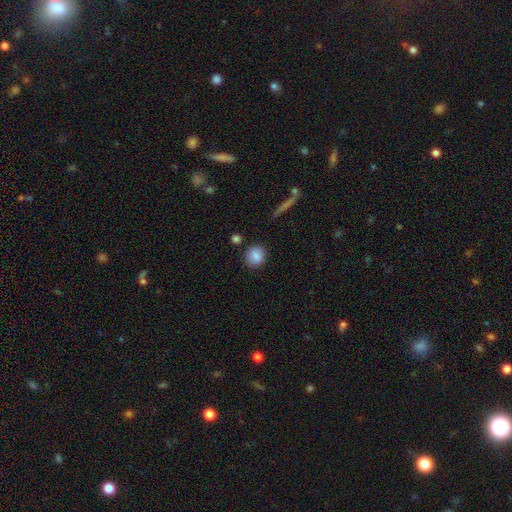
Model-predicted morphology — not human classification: Q: Smooth or featured?
A: smooth (85%); runner-up: star or artifact (8%)
Q: How rounded?
A: round (77%); runner-up: in between (22%)
Q: Merging?
A: none (83%); runner-up: minor disturbance (10%)